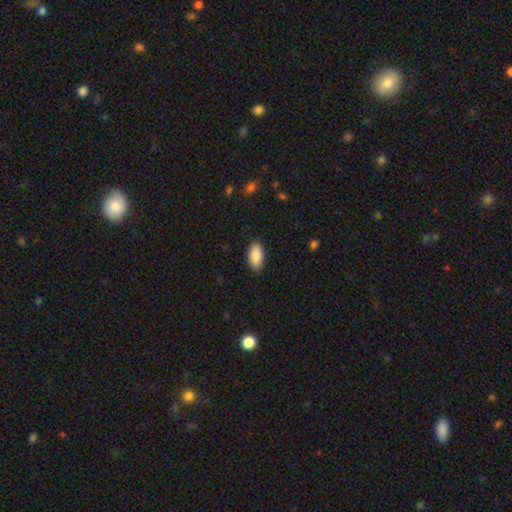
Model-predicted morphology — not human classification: Overall: smooth (88%). How rounded: in between (95%). Merging: none (88%).